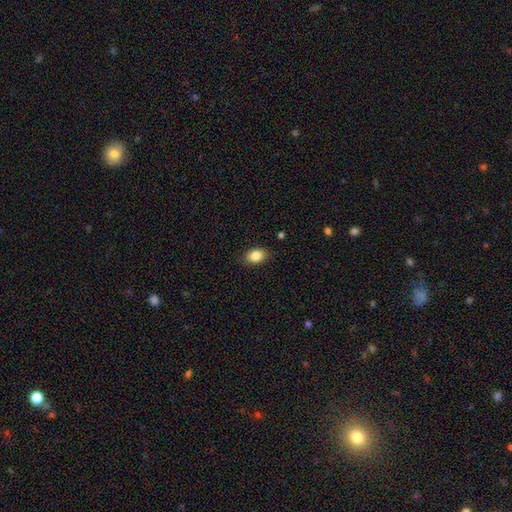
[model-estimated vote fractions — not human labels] Smooth or featured?
  - smooth: 85% *
  - star or artifact: 9%
  - featured or disk: 6%
How rounded?
  - in between: 75% *
  - round: 23%
  - cigar-shaped: 1%
Merging?
  - none: 85% *
  - minor disturbance: 11%
  - major disturbance: 2%
  - merger: 1%